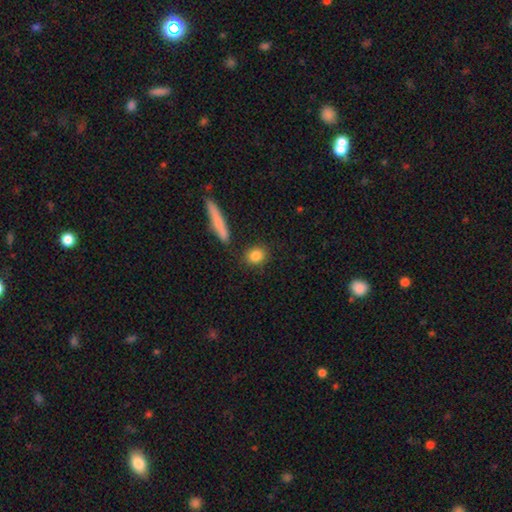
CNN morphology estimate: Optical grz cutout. It shows a smooth galaxy with no disk features (85%) that is round (65%). Merging: none (84%).